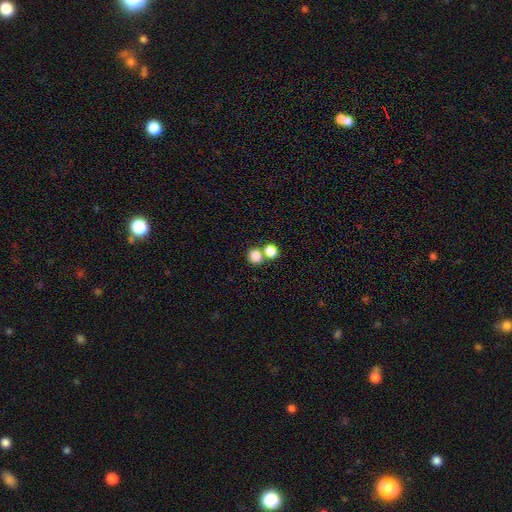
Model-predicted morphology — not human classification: Smooth or featured? Predicted: smooth (p=0.83). How rounded? Predicted: round (p=0.82). Merging? Predicted: none (p=0.54).